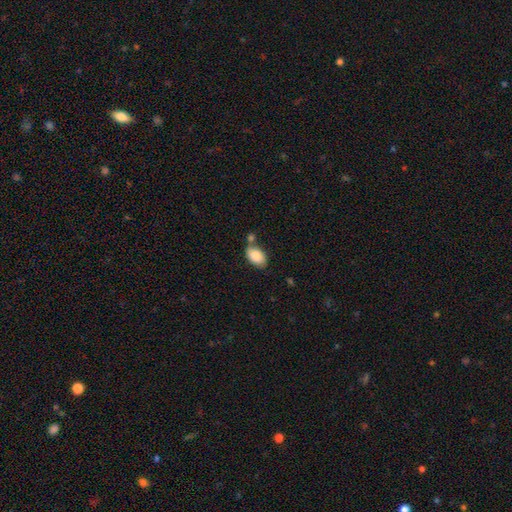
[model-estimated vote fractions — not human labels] Q: Smooth or featured?
A: smooth (86%); runner-up: featured or disk (8%)
Q: How rounded?
A: in between (91%); runner-up: round (8%)
Q: Merging?
A: none (54%); runner-up: merger (21%)